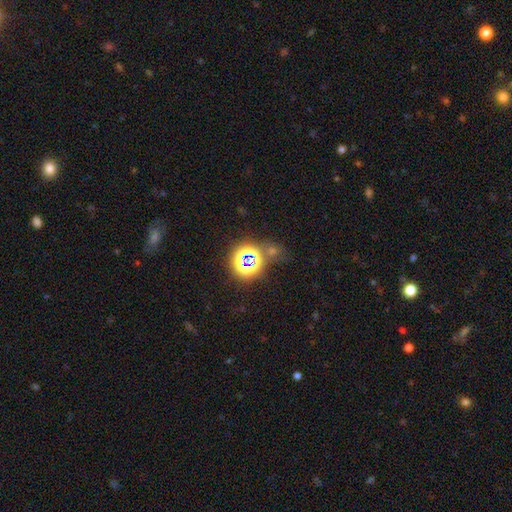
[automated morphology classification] Overall: star or artifact (71%).